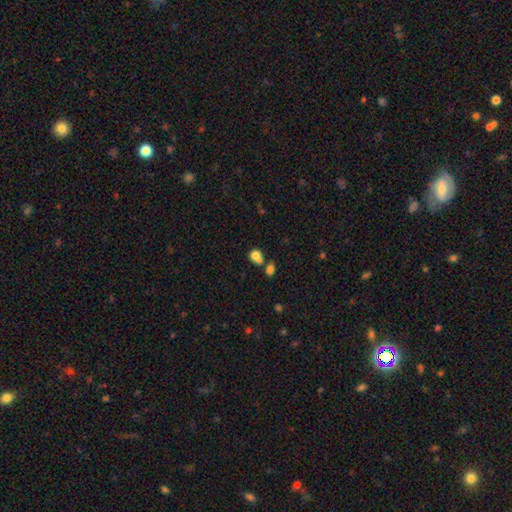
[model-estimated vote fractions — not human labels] Morphology: type=smooth (79%); roundness=round (65%); merging=merger (46%).